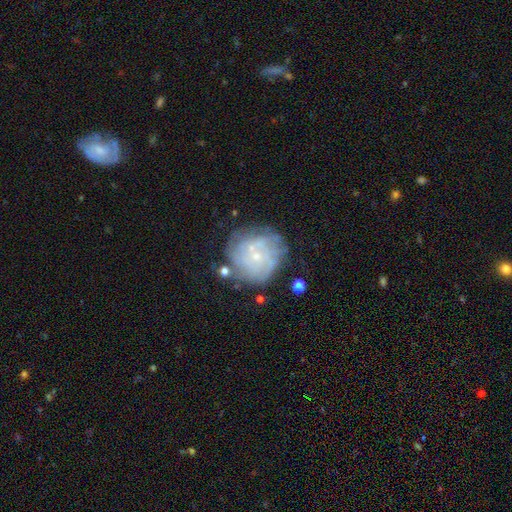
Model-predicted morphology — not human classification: The model was most divided on "spiral arm count": can't tell: 50%, 4: 16%, more than 4: 10%, 3: 10%, 2: 8%, 1: 5%. More confident: edge-on disk — no (97%); spiral arms — yes (81%); bulge size — small (81%); bar — no (77%); smooth or featured — featured or disk (70%); merging — none (70%); spiral winding — tight (68%).